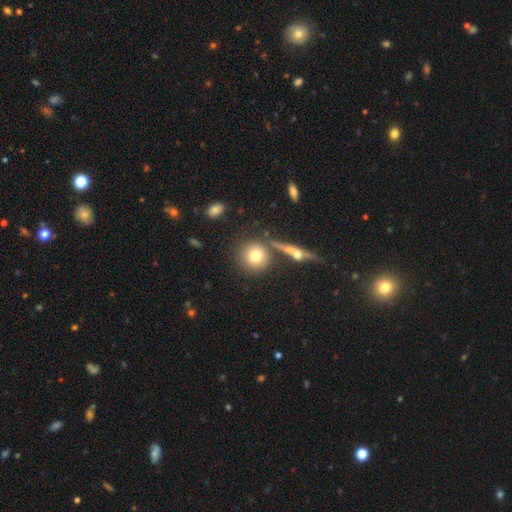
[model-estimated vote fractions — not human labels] smooth-or-featured: smooth: 74% | featured or disk: 16% | star or artifact: 10%
  how-rounded: round: 91% | in between: 7% | cigar-shaped: 2%
  merging: none: 73% | merger: 13% | minor disturbance: 10% | major disturbance: 4%